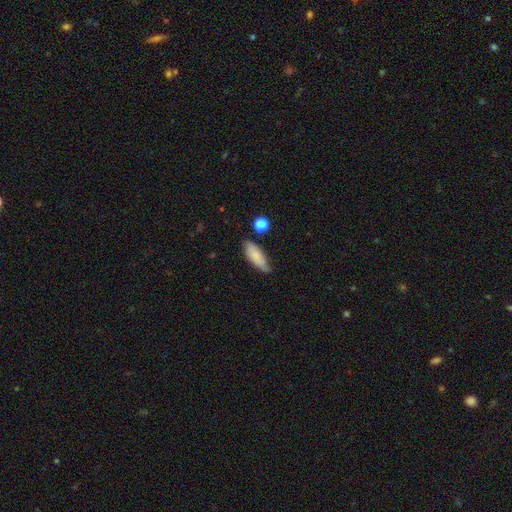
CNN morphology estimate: Smooth or featured?
  - smooth: 76% *
  - featured or disk: 16%
  - star or artifact: 7%
How rounded?
  - in between: 72% *
  - cigar-shaped: 26%
  - round: 2%
Merging?
  - none: 68% *
  - minor disturbance: 24%
  - major disturbance: 5%
  - merger: 3%